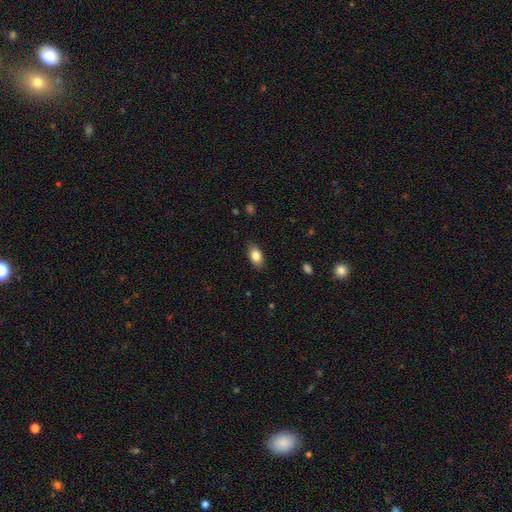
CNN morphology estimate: Smooth or featured? Predicted: smooth (p=0.84). How rounded? Predicted: in between (p=0.89). Merging? Predicted: none (p=0.84).